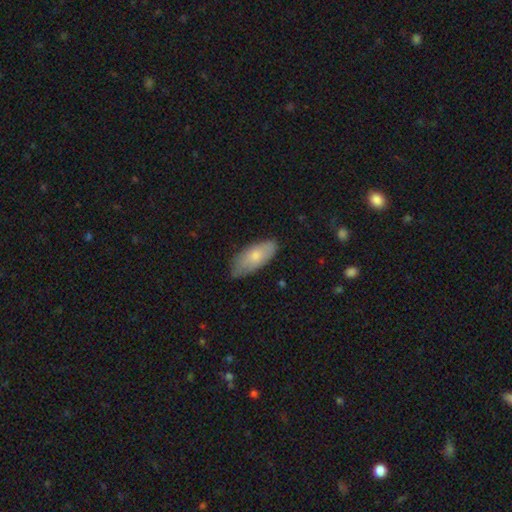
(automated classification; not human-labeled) Morphology: type=smooth (75%); roundness=in between (84%); merging=none (71%).